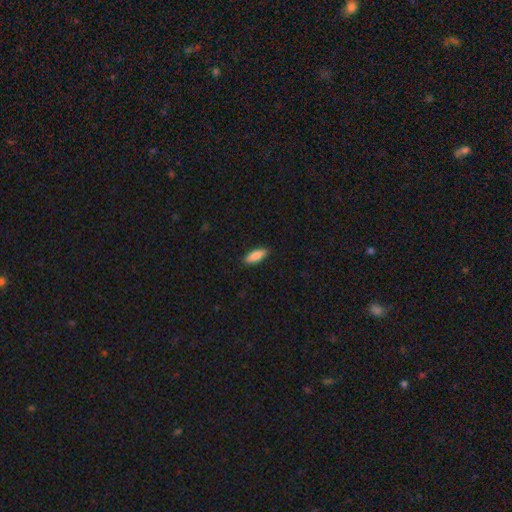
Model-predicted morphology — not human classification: The model was most divided on "how rounded": in between: 67%, cigar-shaped: 31%, round: 2%. More confident: merging — none (89%); smooth or featured — smooth (87%).